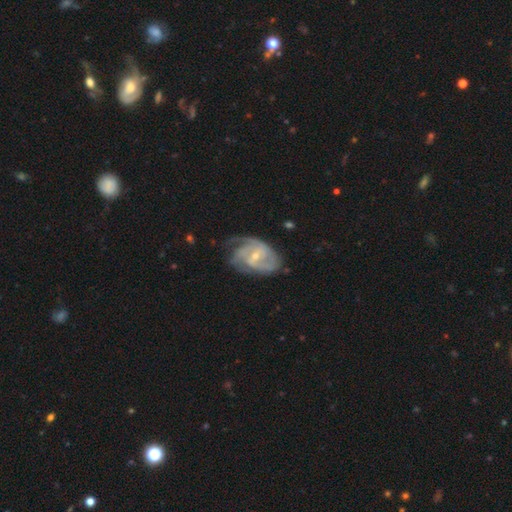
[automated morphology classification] Smooth or featured? Predicted: featured or disk (p=0.84). Edge-on disk? Predicted: no (p=0.97). Bar? Predicted: weak (p=0.51). Spiral arms? Predicted: yes (p=0.93). Spiral winding? Predicted: tight (p=0.43). Spiral arm count? Predicted: 2 (p=0.28, tied with 3). Bulge size? Predicted: small (p=0.62). Merging? Predicted: none (p=0.53).